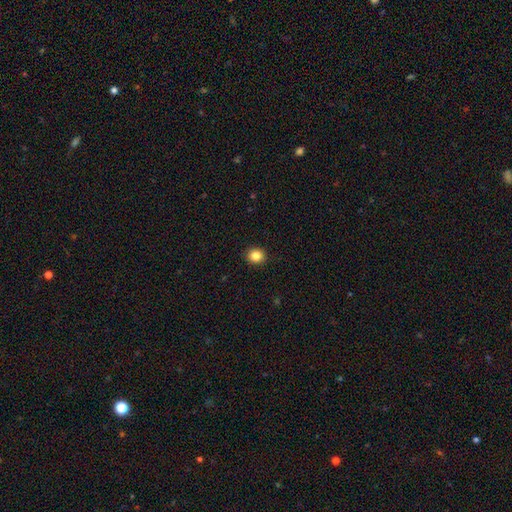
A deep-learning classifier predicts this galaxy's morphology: A smooth galaxy with no disk features (85%) that is round (80%).

Vote fractions:
- Smooth or featured? smooth: 85% / star or artifact: 11% / featured or disk: 5%
- How rounded? round: 80% / in between: 19% / cigar-shaped: 1%
- Merging? none: 92% / minor disturbance: 5% / major disturbance: 2% / merger: 1%